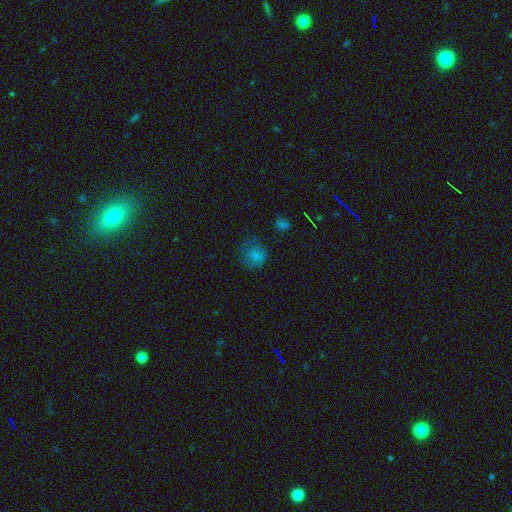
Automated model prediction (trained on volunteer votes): smooth 74%, star or artifact 16%, featured or disk 9%. Down the decision tree: how rounded — round (80%); merging — none (59%).